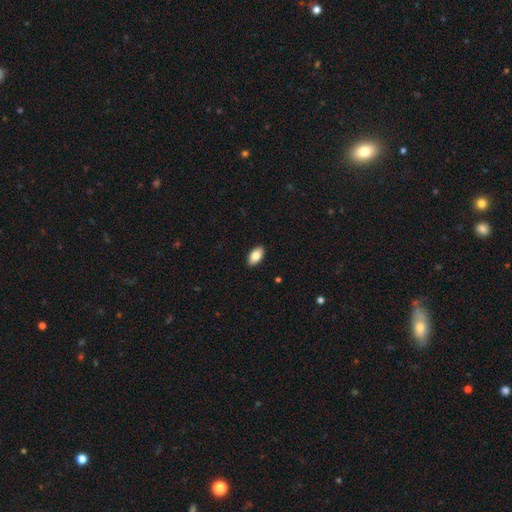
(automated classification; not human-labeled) Smooth or featured? Predicted: smooth (p=0.84). How rounded? Predicted: in between (p=0.93). Merging? Predicted: none (p=0.90).